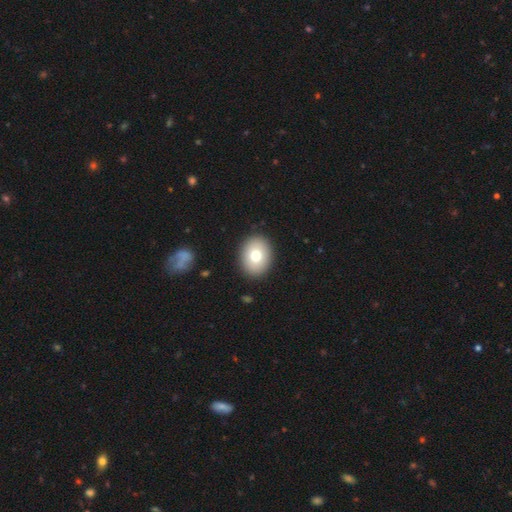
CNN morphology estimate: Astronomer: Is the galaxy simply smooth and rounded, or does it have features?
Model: smooth — 76%.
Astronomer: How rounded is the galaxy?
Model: in between — 60% (runner-up: round, 40%).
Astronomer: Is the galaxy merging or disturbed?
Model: none — 90%.